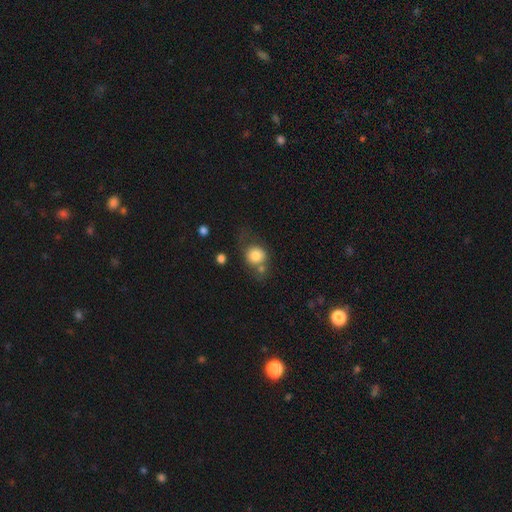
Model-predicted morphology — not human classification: This appears to be a smooth galaxy with no disk features (77%) that is round (74%). Merging: none (48%).